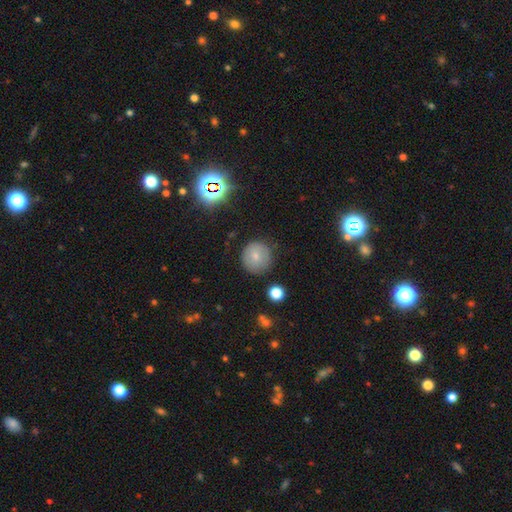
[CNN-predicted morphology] A smooth galaxy with no disk features (73%) that is round (94%).

Vote fractions:
- Smooth or featured? smooth: 73% / featured or disk: 16% / star or artifact: 11%
- How rounded? round: 94% / in between: 5% / cigar-shaped: 1%
- Merging? none: 83% / minor disturbance: 12% / major disturbance: 3% / merger: 2%